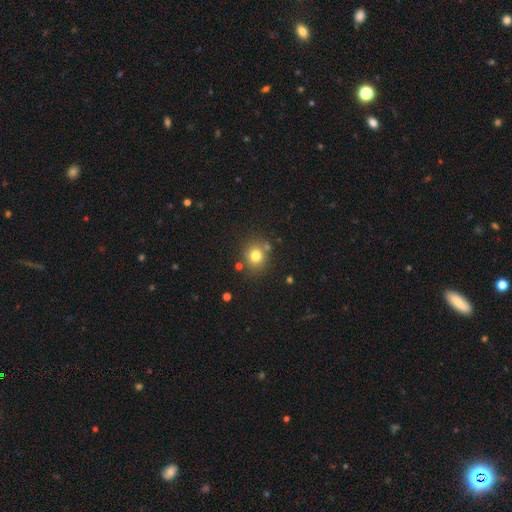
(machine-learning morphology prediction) This appears to be a smooth galaxy with no disk features (77%) that is round (79%). Merging: none (76%).